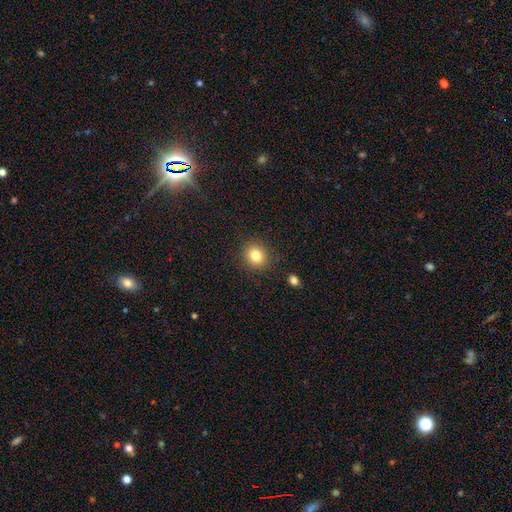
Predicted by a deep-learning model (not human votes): Smooth or featured?
  - smooth: 82% *
  - star or artifact: 11%
  - featured or disk: 7%
How rounded?
  - round: 79% *
  - in between: 20%
  - cigar-shaped: 1%
Merging?
  - none: 88% *
  - minor disturbance: 7%
  - major disturbance: 3%
  - merger: 2%